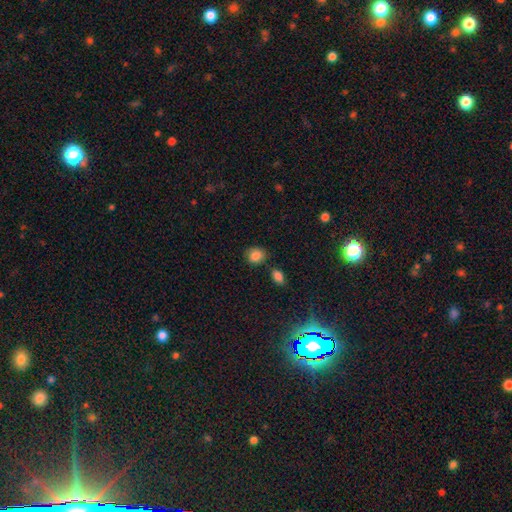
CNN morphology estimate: Smooth or featured? Predicted: smooth (p=0.85). How rounded? Predicted: round (p=0.61). Merging? Predicted: none (p=0.72).